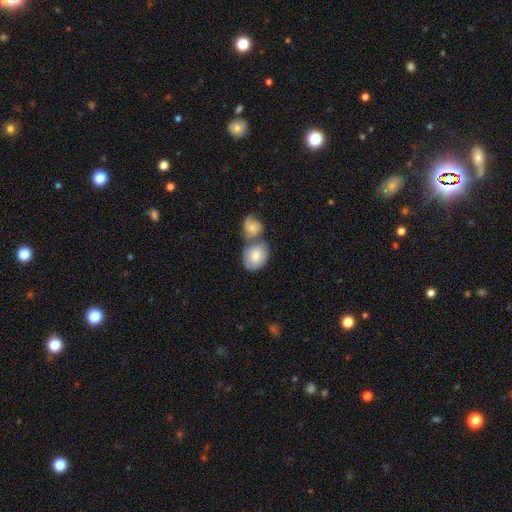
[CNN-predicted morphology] Smooth or featured? Predicted: smooth (p=0.76). How rounded? Predicted: in between (p=0.67). Merging? Predicted: merger (p=0.56).